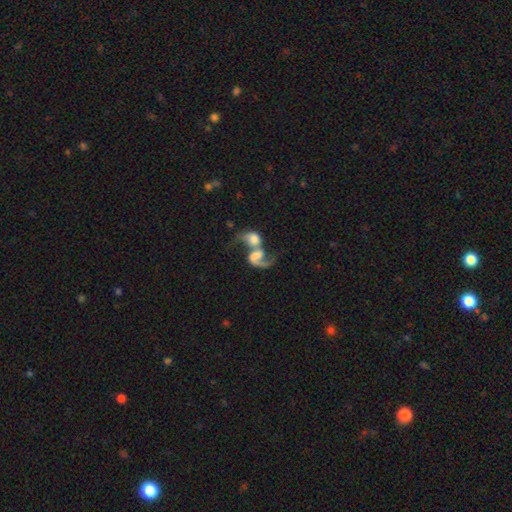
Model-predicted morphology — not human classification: Q: Smooth or featured?
A: featured or disk (65%); runner-up: smooth (27%)
Q: Edge-on disk?
A: no (97%); runner-up: yes (3%)
Q: Bar?
A: no (52%); runner-up: weak (32%)
Q: Spiral arms?
A: yes (83%); runner-up: no (17%)
Q: Spiral winding?
A: loose (71%); runner-up: medium (22%)
Q: Spiral arm count?
A: 2 (49%); runner-up: 1 (44%)
Q: Bulge size?
A: none (28%); runner-up: moderate (23%)
Q: Merging?
A: merger (76%); runner-up: major disturbance (10%)